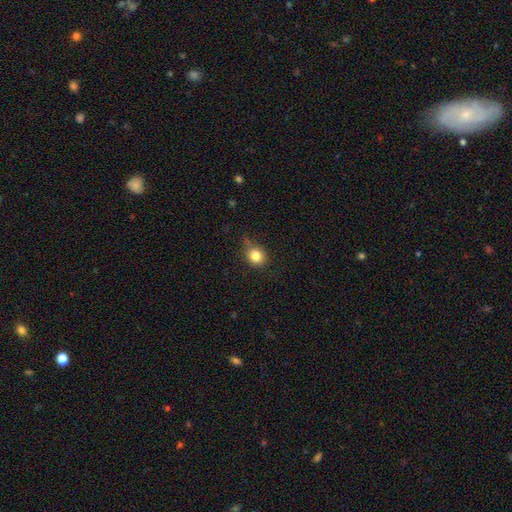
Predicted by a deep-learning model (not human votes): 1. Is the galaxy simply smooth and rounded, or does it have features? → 81% smooth, 11% star or artifact, 7% featured or disk.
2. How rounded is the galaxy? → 74% round, 25% in between, 1% cigar-shaped.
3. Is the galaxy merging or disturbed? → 65% none, 26% minor disturbance, 6% major disturbance, 2% merger.